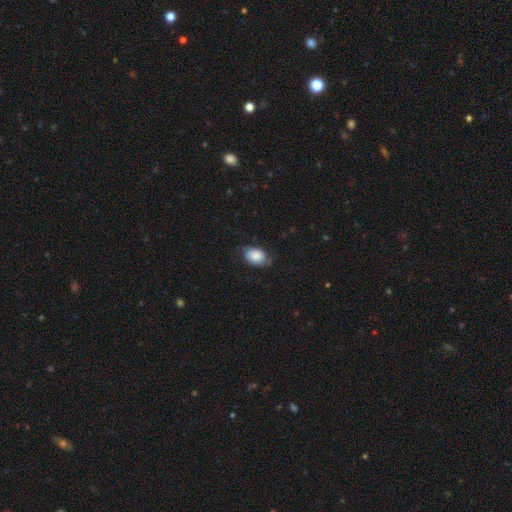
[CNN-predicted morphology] smooth-or-featured: smooth: 82% | featured or disk: 11% | star or artifact: 7%
  how-rounded: in between: 83% | round: 15% | cigar-shaped: 1%
  merging: none: 68% | minor disturbance: 24% | major disturbance: 7% | merger: 1%